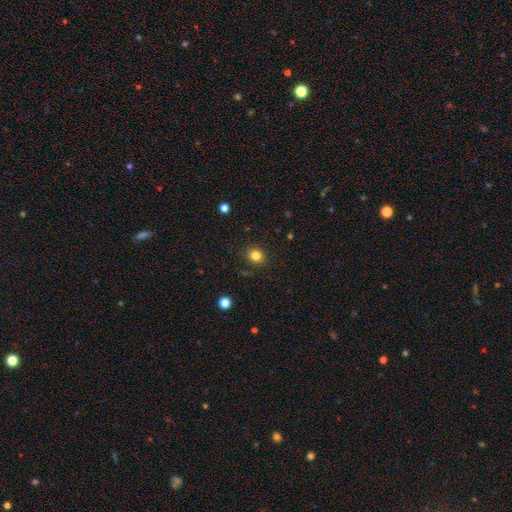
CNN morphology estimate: A smooth galaxy with no disk features (82%) that is round (68%). Merging: none (89%).